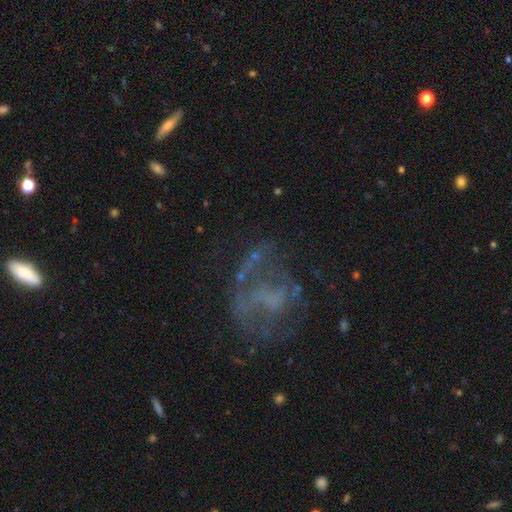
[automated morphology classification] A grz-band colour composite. It shows a featured or disk galaxy (58%) with no bar (70%), no spiral arms (60%) and no central bulge (66%). Merging: none (47%).